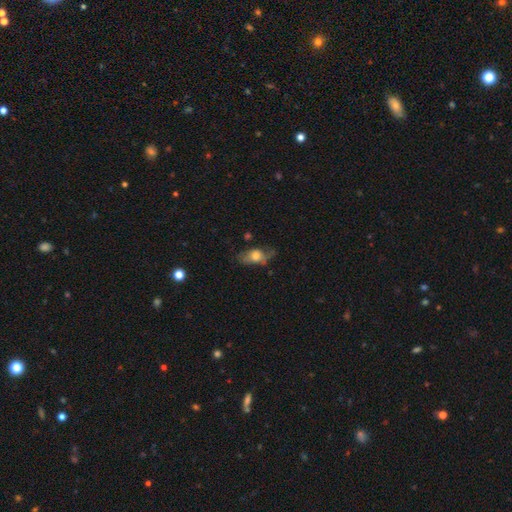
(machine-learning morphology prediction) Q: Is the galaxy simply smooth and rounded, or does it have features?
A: smooth — 61%.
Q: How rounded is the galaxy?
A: in between — 82%.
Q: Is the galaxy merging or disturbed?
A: none — 48%.